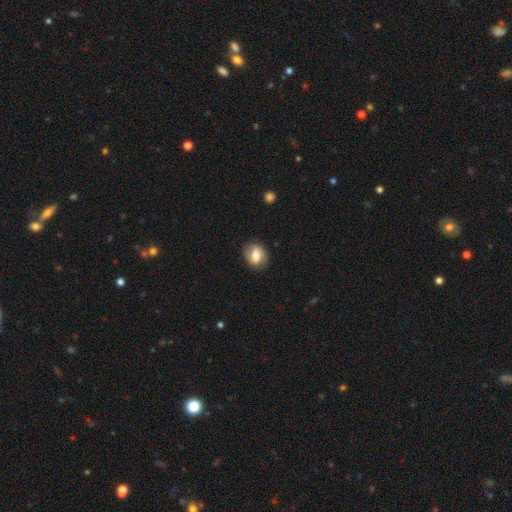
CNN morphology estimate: type=smooth (61%); roundness=in between (55%); merging=none (83%).